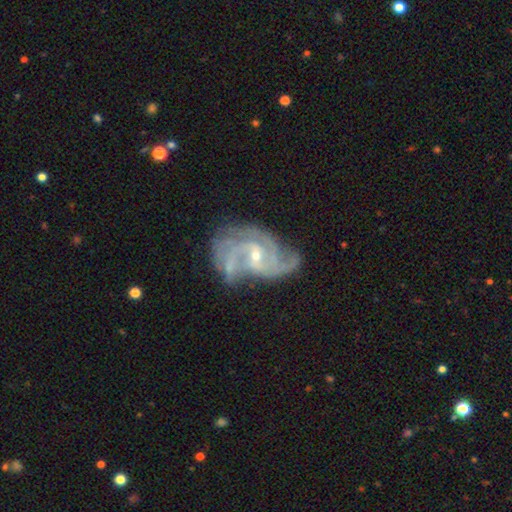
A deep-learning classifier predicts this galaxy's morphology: Smooth or featured? featured or disk (90%)
Edge-on disk? no (98%)
Bar? weak (44%)
Spiral arms? yes (97%)
Spiral winding? medium (50%)
Spiral arm count? 3 (40%)
Bulge size? small (68%)
Merging? none (49%)